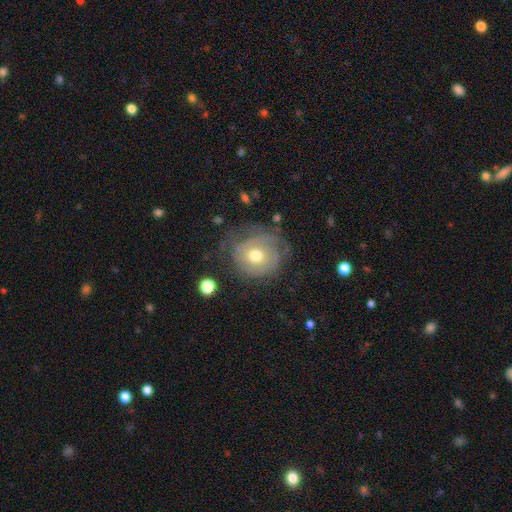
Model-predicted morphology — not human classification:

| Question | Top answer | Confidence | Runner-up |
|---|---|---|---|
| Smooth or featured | featured or disk | 52% | smooth (40%) |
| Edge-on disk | no | 96% | yes (4%) |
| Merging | none | 55% | minor disturbance (25%) |